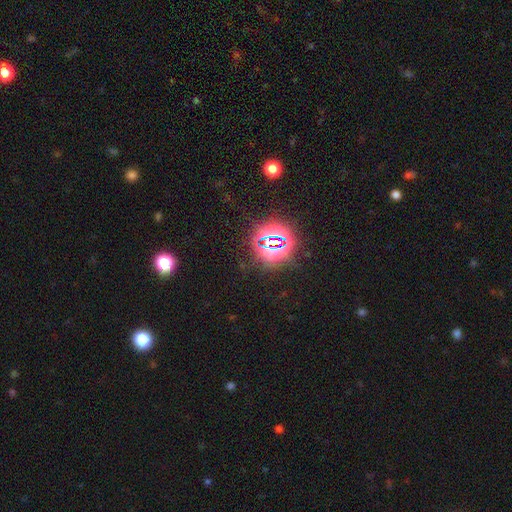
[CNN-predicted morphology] type=star or artifact (81%).